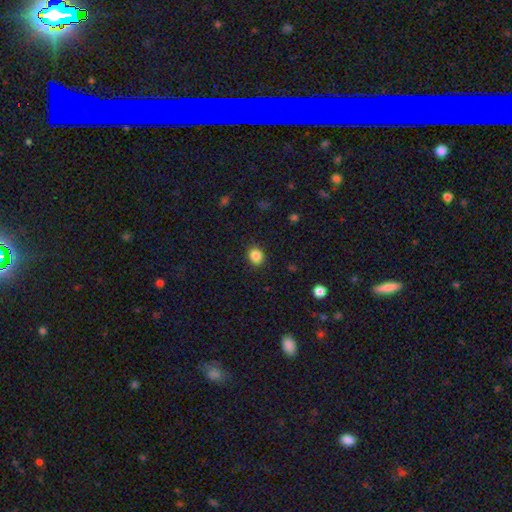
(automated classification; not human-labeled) Smooth or featured? smooth (87%)
How rounded? round (66%)
Merging? none (90%)